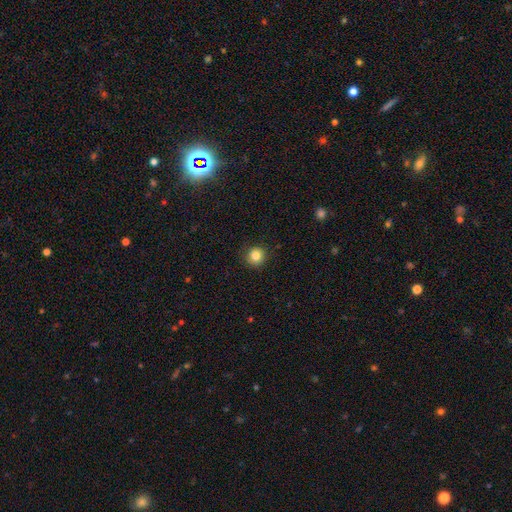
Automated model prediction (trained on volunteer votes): Smooth or featured?
  - smooth: 84% *
  - star or artifact: 10%
  - featured or disk: 5%
How rounded?
  - round: 93% *
  - in between: 6%
  - cigar-shaped: 1%
Merging?
  - none: 88% *
  - minor disturbance: 8%
  - major disturbance: 2%
  - merger: 1%